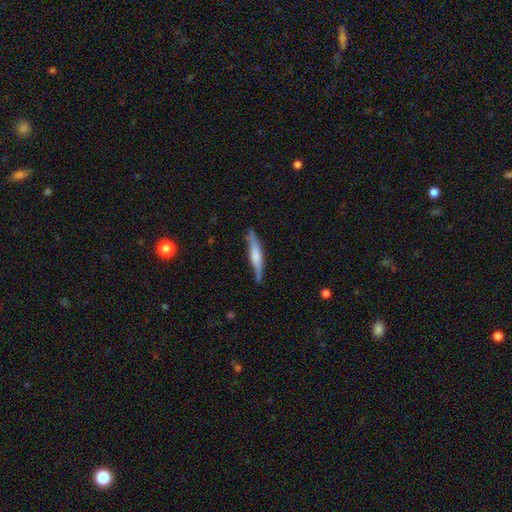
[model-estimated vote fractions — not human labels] The model was most divided on "smooth or featured": smooth: 48%, featured or disk: 47%, star or artifact: 5%. More confident: merging — none (77%).